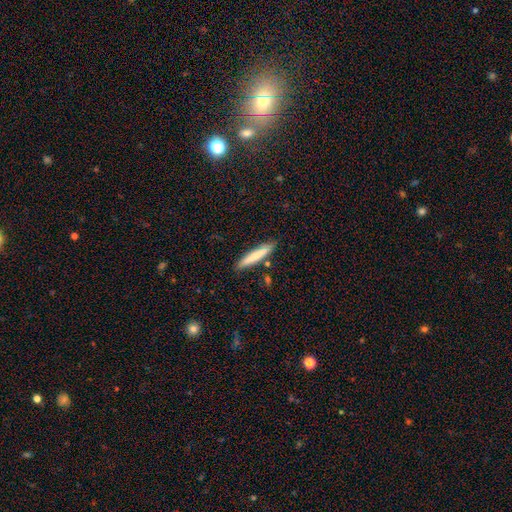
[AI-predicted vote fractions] smooth 69%, featured or disk 24%, star or artifact 6%. Down the decision tree: how rounded — cigar-shaped (90%); merging — none (84%).